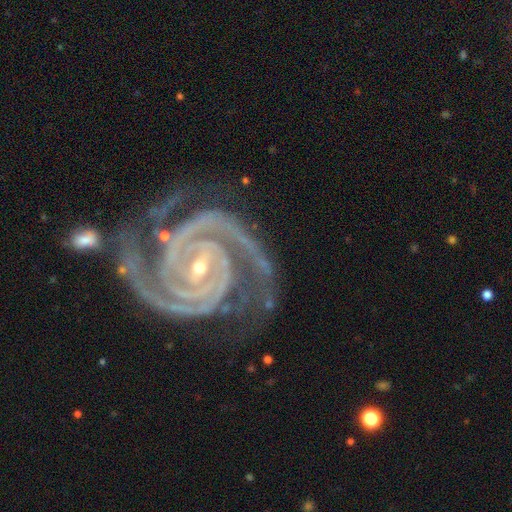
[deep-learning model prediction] Smooth or featured: featured or disk — 94% (star or artifact — 4%)
Edge-on disk: no — 98% (yes — 2%)
Bar: strong — 33% (tied with weak — 33%; no — 33%)
Spiral arms: yes — 99% (no — 1%)
Spiral winding: tight — 78% (medium — 19%)
Spiral arm count: 2 — 70% (3 — 14%)
Bulge size: small — 77% (moderate — 21%)
Merging: none — 65% (minor disturbance — 20%)